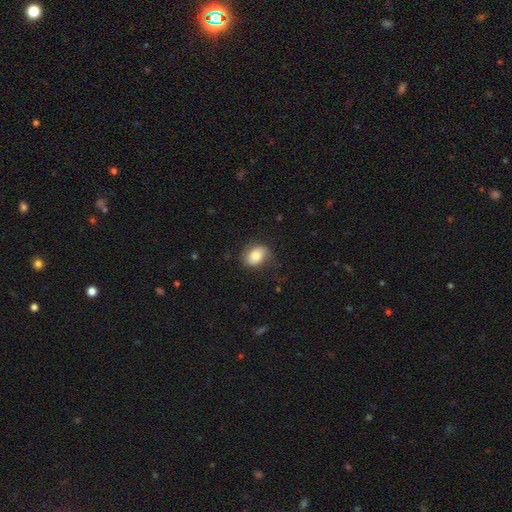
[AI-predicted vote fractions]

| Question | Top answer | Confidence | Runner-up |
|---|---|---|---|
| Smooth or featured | smooth | 78% | featured or disk (14%) |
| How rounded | in between | 71% | round (28%) |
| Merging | none | 71% | minor disturbance (21%) |